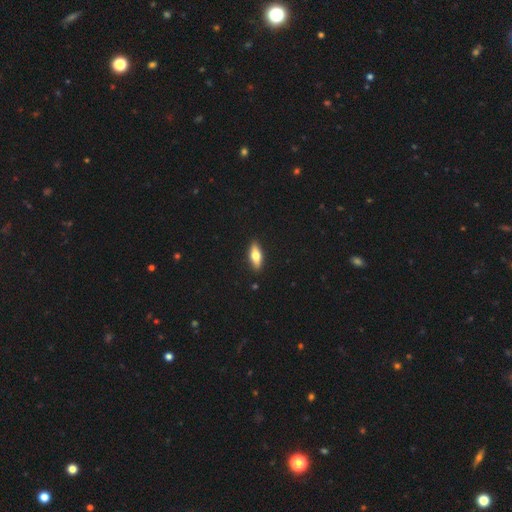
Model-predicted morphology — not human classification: A smooth galaxy with no disk features (64%) that is in between round and cigar-shaped (63%). Merging: none (89%).